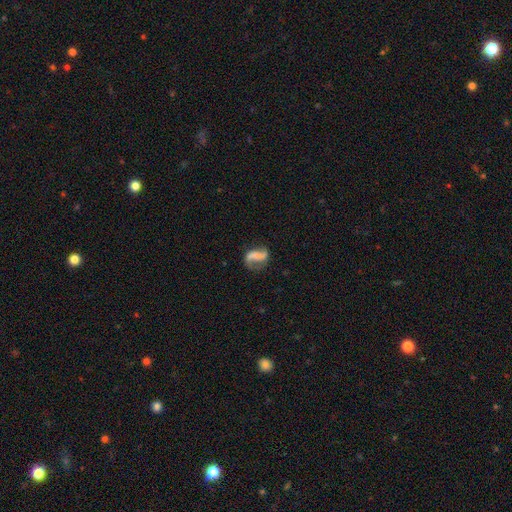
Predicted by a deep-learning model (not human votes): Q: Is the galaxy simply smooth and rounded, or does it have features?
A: featured or disk — 68%.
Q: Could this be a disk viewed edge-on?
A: no — 97%.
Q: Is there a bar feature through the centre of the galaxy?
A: no — 41%.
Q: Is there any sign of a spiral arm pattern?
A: yes — 86%.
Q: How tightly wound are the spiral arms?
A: loose — 71%.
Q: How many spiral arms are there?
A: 2 — 82%.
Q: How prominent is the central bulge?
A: none — 68%.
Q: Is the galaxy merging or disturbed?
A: none — 56%.